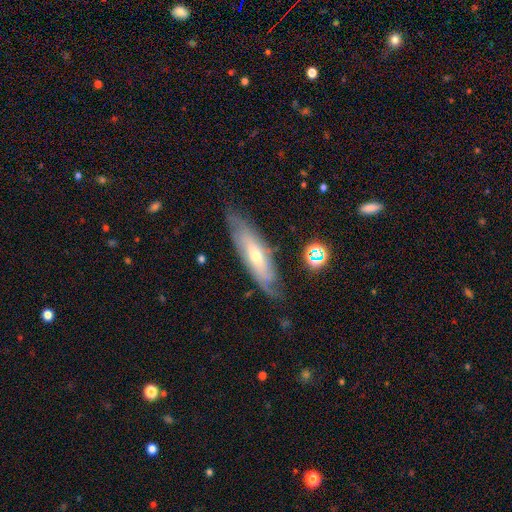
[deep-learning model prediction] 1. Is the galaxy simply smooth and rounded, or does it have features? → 63% featured or disk, 30% smooth, 7% star or artifact.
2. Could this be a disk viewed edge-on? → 61% no, 39% yes.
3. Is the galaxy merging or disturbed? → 72% none, 20% minor disturbance, 6% major disturbance, 2% merger.